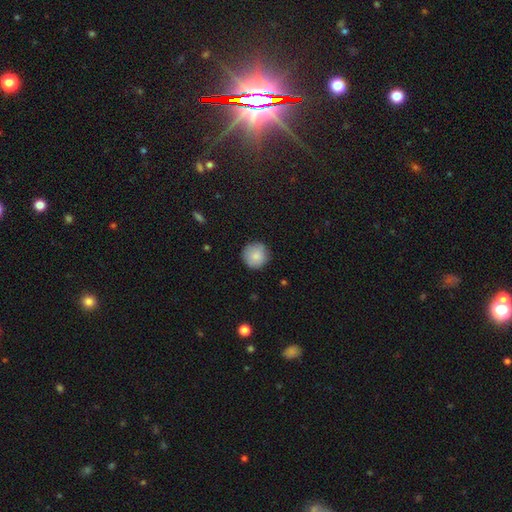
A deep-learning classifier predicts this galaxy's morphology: Smooth or featured? Predicted: smooth (p=0.84). How rounded? Predicted: round (p=0.95). Merging? Predicted: none (p=0.85).